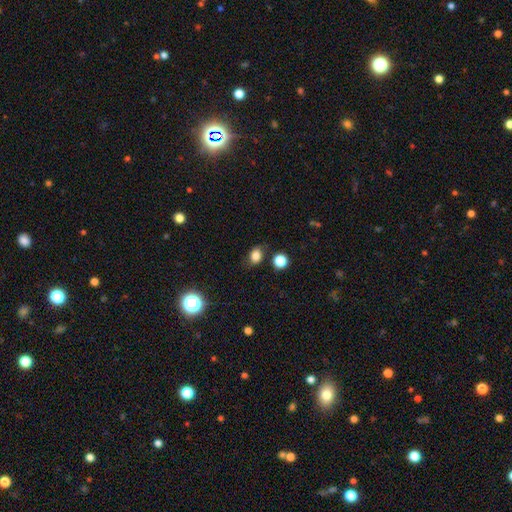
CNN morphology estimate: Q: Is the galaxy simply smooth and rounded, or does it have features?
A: smooth — 81%.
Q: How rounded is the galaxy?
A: in between — 62%.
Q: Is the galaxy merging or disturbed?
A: none — 77%.